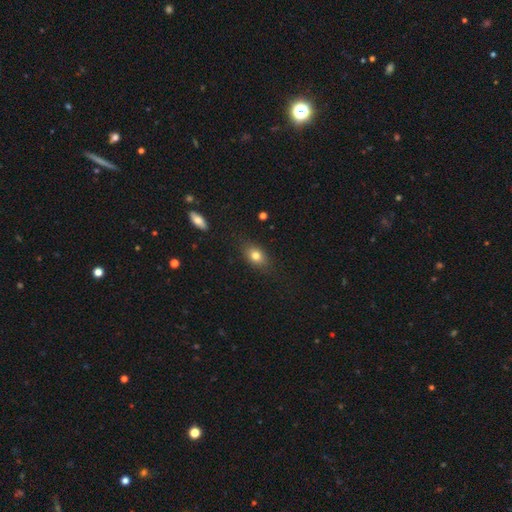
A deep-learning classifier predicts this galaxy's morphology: Smooth or featured? smooth (77%)
How rounded? in between (75%)
Merging? none (81%)